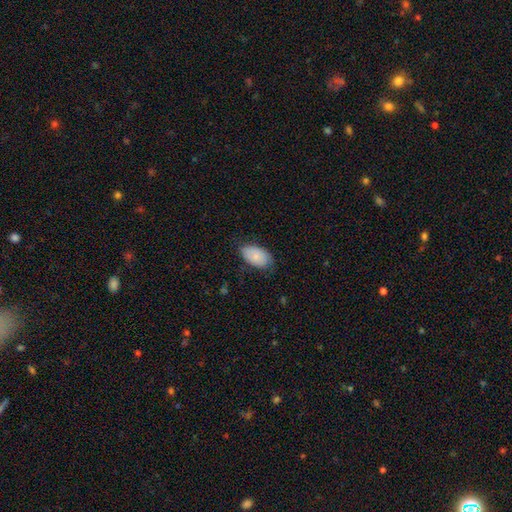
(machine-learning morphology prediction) Smooth or featured?
  - smooth: 83% *
  - featured or disk: 11%
  - star or artifact: 7%
How rounded?
  - in between: 94% *
  - round: 4%
  - cigar-shaped: 1%
Merging?
  - none: 71% *
  - minor disturbance: 23%
  - major disturbance: 4%
  - merger: 1%